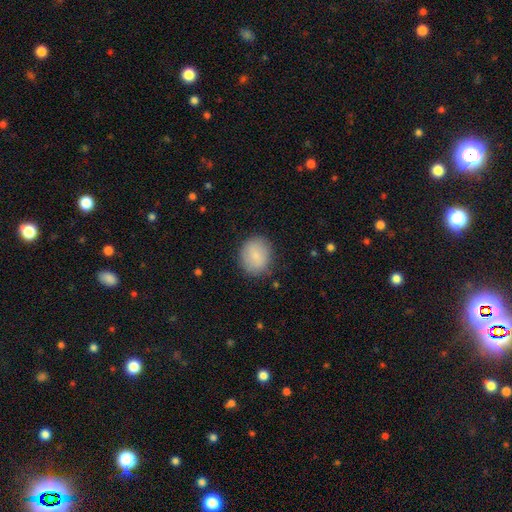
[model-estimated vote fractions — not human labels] smooth 83%, featured or disk 10%, star or artifact 7%. Down the decision tree: how rounded — round (65%); merging — none (82%).